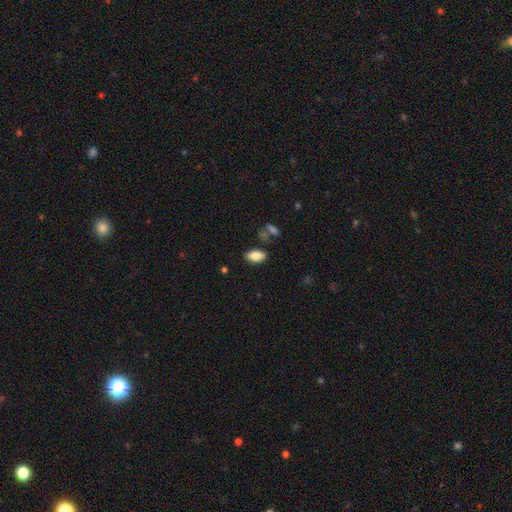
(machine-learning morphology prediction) type=smooth (82%); roundness=in between (91%); merging=none (79%).